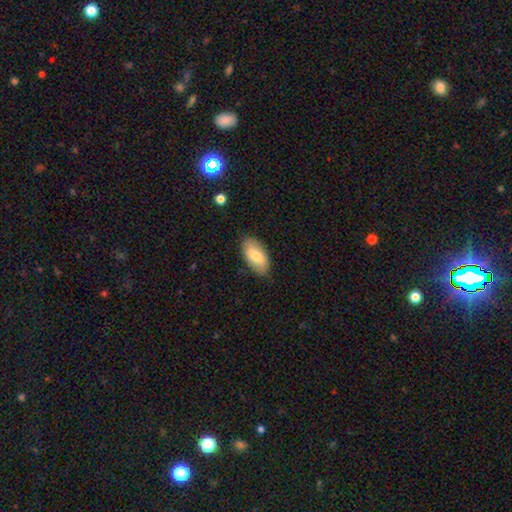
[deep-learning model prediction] smooth-or-featured: smooth: 75% | featured or disk: 19% | star or artifact: 6%
  how-rounded: in between: 94% | cigar-shaped: 3% | round: 3%
  merging: none: 83% | minor disturbance: 13% | major disturbance: 3% | merger: 1%